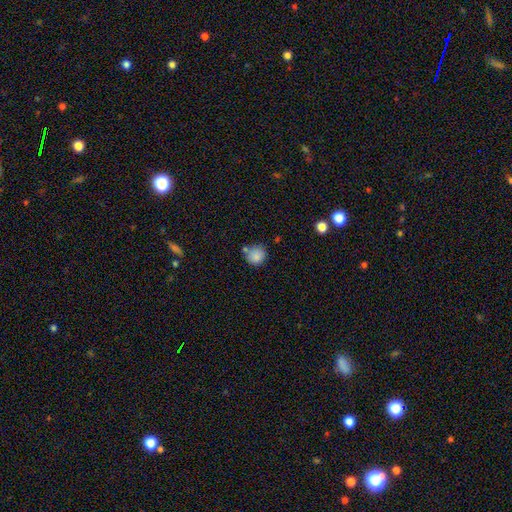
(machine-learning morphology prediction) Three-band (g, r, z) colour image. It shows a smooth galaxy with no disk features (86%) that is round (90%). Merging: none (66%).